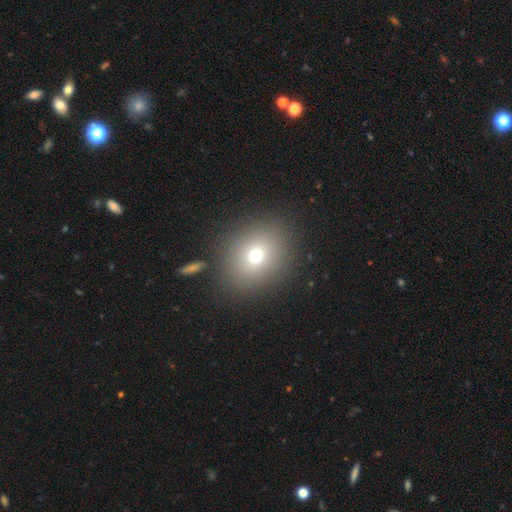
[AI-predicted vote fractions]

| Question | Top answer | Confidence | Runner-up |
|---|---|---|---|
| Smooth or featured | smooth | 71% | star or artifact (16%) |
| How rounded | round | 66% | in between (33%) |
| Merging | none | 85% | minor disturbance (8%) |